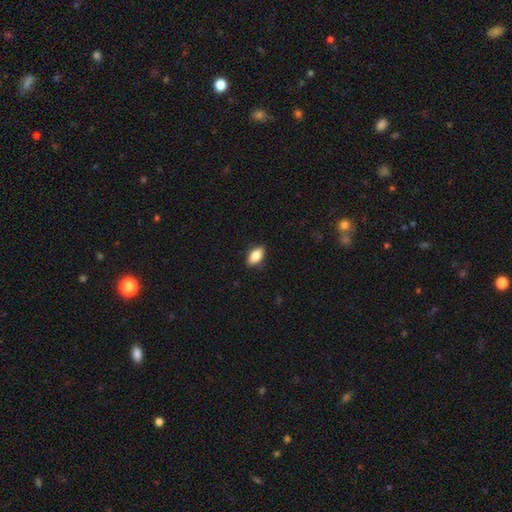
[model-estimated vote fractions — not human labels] Smooth or featured? Predicted: smooth (p=0.80). How rounded? Predicted: in between (p=0.88). Merging? Predicted: none (p=0.86).